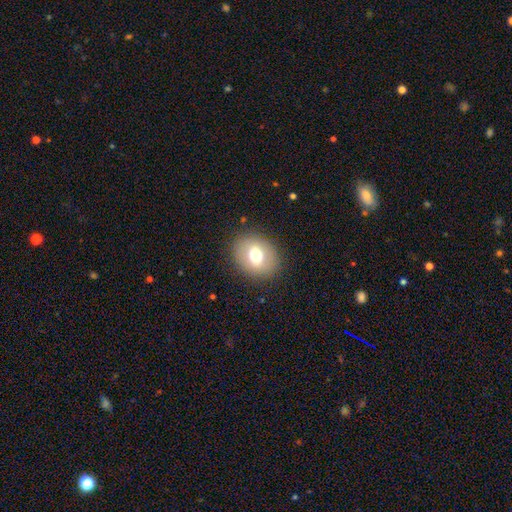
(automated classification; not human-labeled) Morphology: type=smooth (69%); roundness=round (54%); merging=none (87%).